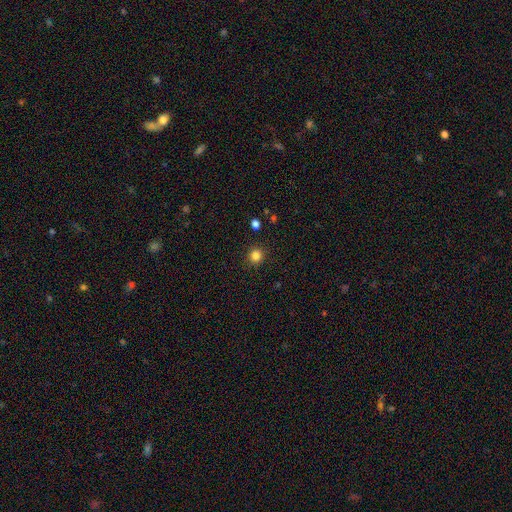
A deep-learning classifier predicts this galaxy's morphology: Smooth or featured: smooth — 83% (star or artifact — 13%)
How rounded: round — 91% (in between — 8%)
Merging: none — 91% (minor disturbance — 6%)